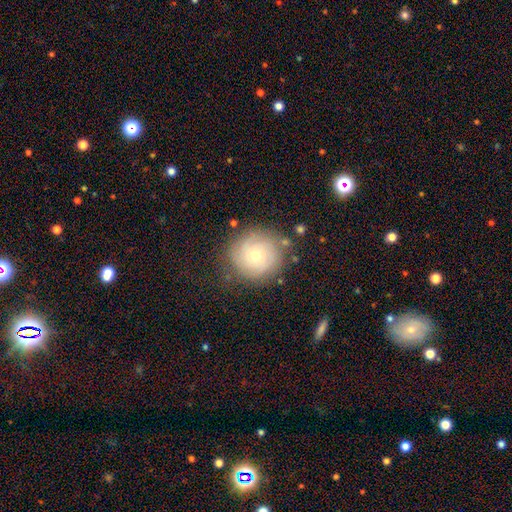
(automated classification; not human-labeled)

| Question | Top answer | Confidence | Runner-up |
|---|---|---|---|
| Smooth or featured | smooth | 45% | featured or disk (43%) |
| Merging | none | 78% | minor disturbance (14%) |